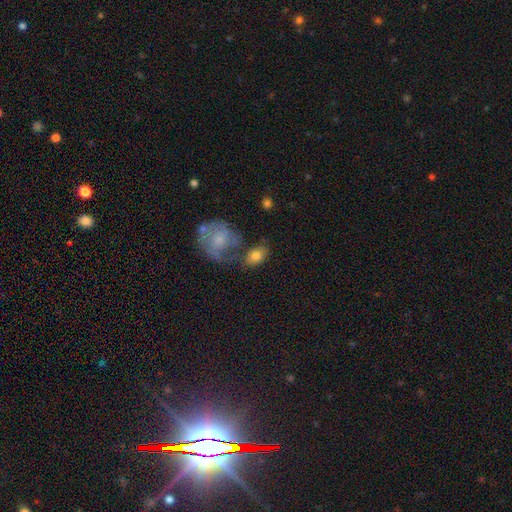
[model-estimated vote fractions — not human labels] Smooth or featured? Predicted: smooth (p=0.75). How rounded? Predicted: in between (p=0.78). Merging? Predicted: none (p=0.50).